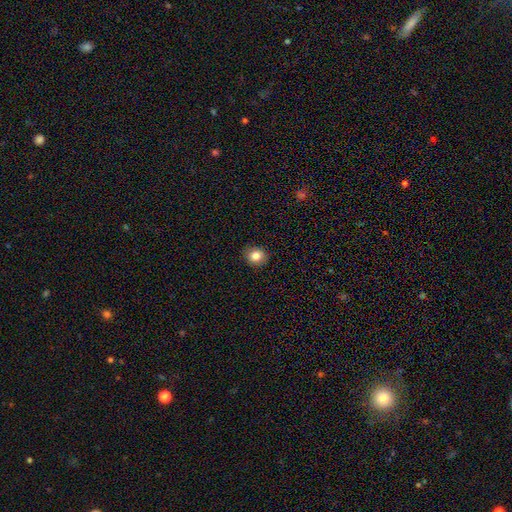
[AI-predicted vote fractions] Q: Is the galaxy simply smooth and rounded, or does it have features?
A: smooth — 83%.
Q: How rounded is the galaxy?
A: round — 79%.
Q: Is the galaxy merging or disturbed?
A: none — 89%.